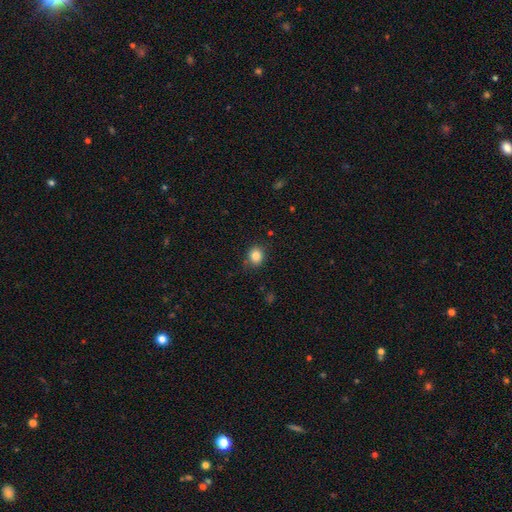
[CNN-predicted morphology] Q: Smooth or featured?
A: smooth (84%); runner-up: star or artifact (11%)
Q: How rounded?
A: round (74%); runner-up: in between (25%)
Q: Merging?
A: none (83%); runner-up: minor disturbance (12%)